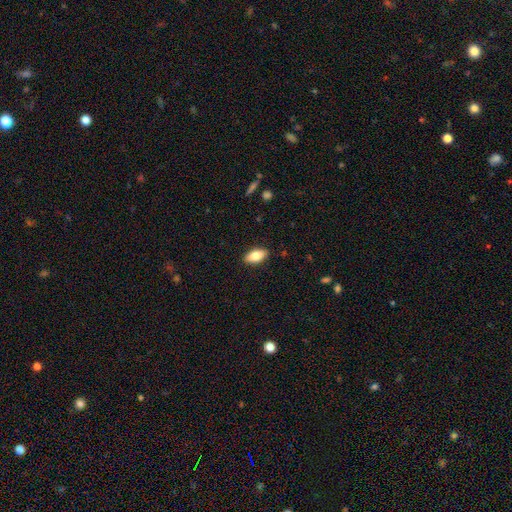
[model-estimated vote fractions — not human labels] Smooth or featured: smooth — 81% (featured or disk — 12%)
How rounded: in between — 89% (cigar-shaped — 8%)
Merging: none — 88% (minor disturbance — 9%)